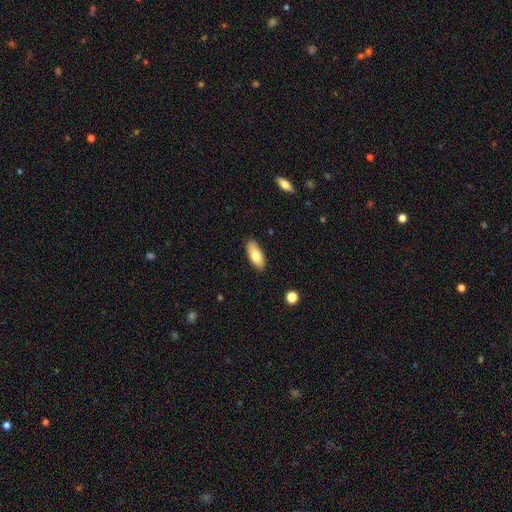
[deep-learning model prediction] Smooth or featured: smooth — 74% (featured or disk — 20%)
How rounded: in between — 82% (cigar-shaped — 15%)
Merging: none — 87% (minor disturbance — 10%)